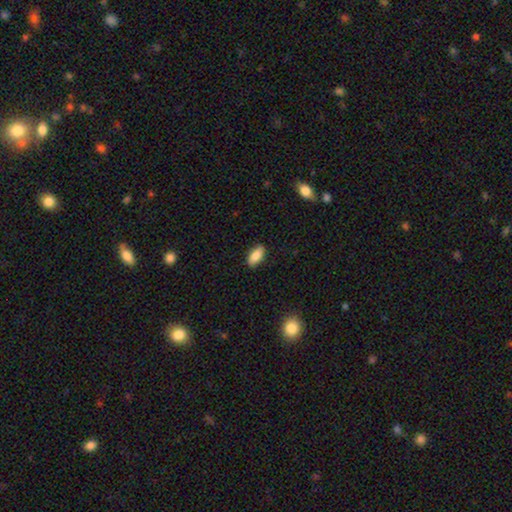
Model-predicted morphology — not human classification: Smooth or featured: smooth — 85% (featured or disk — 8%)
How rounded: in between — 87% (cigar-shaped — 10%)
Merging: none — 87% (minor disturbance — 10%)